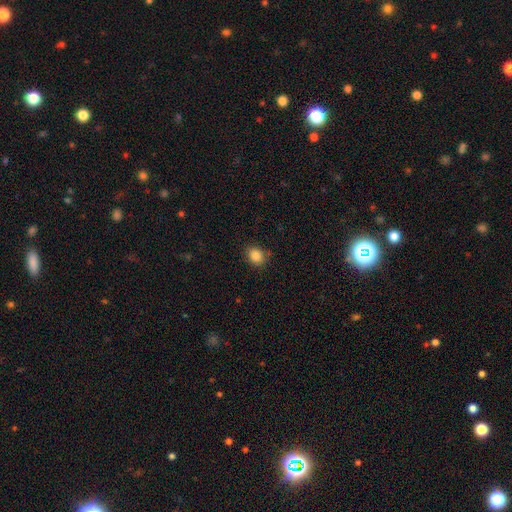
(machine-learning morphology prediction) type=smooth (86%); roundness=in between (50%); merging=none (83%).